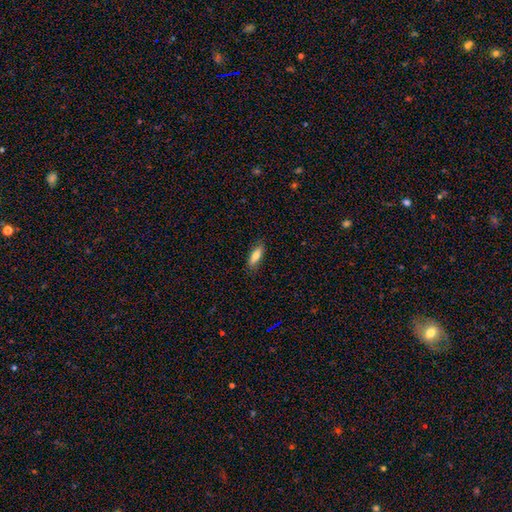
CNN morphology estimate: Smooth or featured: smooth — 73% (featured or disk — 21%)
How rounded: in between — 59% (cigar-shaped — 38%)
Merging: none — 85% (minor disturbance — 12%)